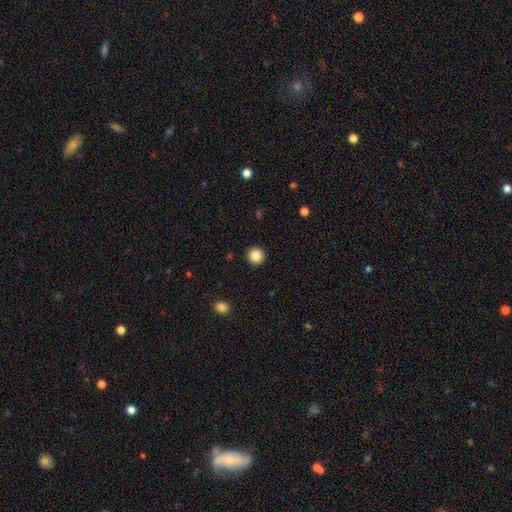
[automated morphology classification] smooth_or_featured: smooth (p=0.86) [alt: star or artifact p=0.10]
how_rounded: round (p=0.96) [alt: in between p=0.03]
merging: none (p=0.93) [alt: minor disturbance p=0.04]